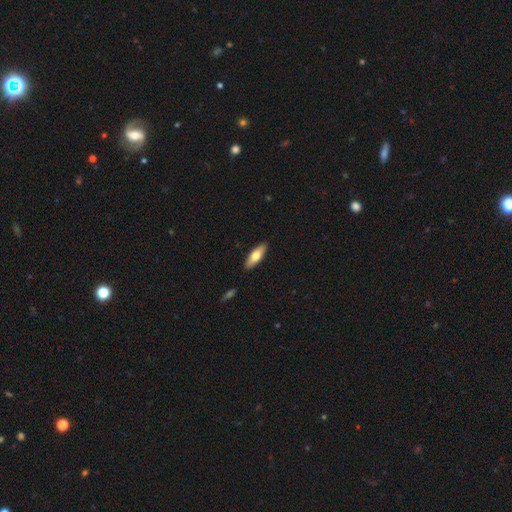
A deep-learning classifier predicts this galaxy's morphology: type=smooth (69%); roundness=in between (63%); merging=none (90%).